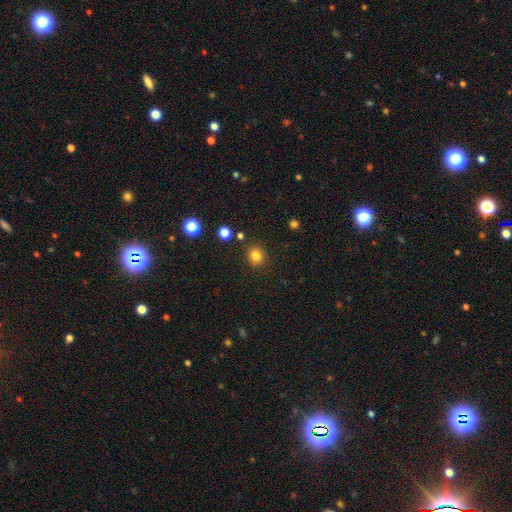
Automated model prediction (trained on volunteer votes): Smooth or featured? smooth (82%)
How rounded? round (82%)
Merging? none (86%)